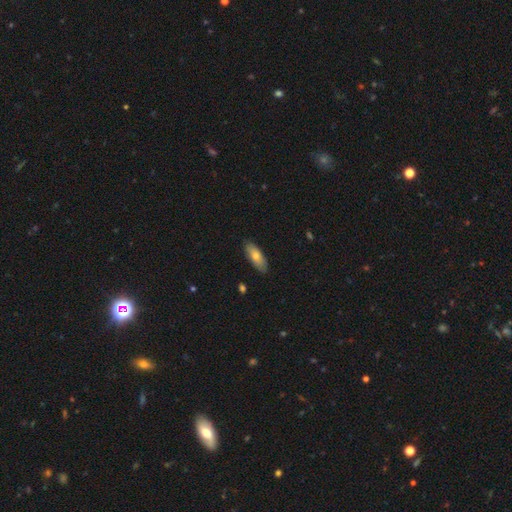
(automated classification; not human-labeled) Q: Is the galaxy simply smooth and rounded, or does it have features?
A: smooth — 70%.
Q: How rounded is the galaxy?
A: in between — 75%.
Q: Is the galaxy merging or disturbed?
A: none — 87%.